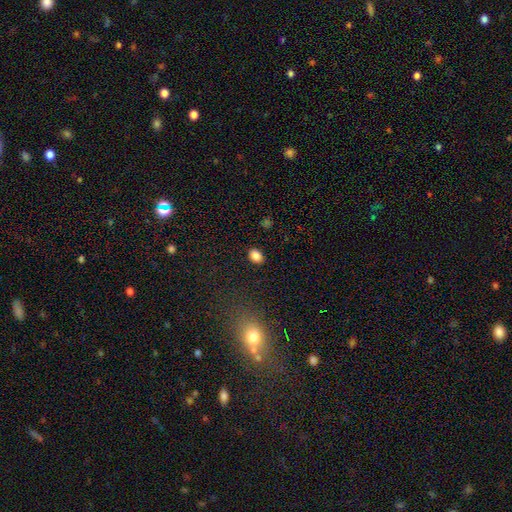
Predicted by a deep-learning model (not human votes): A smooth galaxy with no disk features (86%) that is in between round and cigar-shaped (72%).

Vote fractions:
- Smooth or featured? smooth: 86% / star or artifact: 10% / featured or disk: 4%
- How rounded? in between: 72% / round: 27% / cigar-shaped: 1%
- Merging? none: 89% / minor disturbance: 8% / major disturbance: 2% / merger: 1%